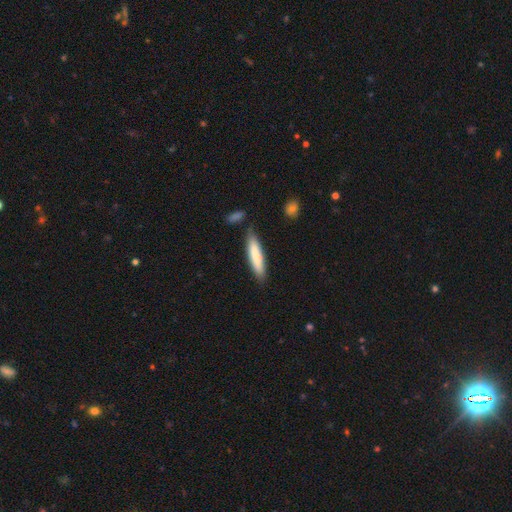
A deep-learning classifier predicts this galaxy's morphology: smooth-or-featured: smooth: 80% | featured or disk: 15% | star or artifact: 5%
  how-rounded: cigar-shaped: 84% | in between: 15% | round: 1%
  merging: none: 79% | minor disturbance: 13% | merger: 4% | major disturbance: 3%